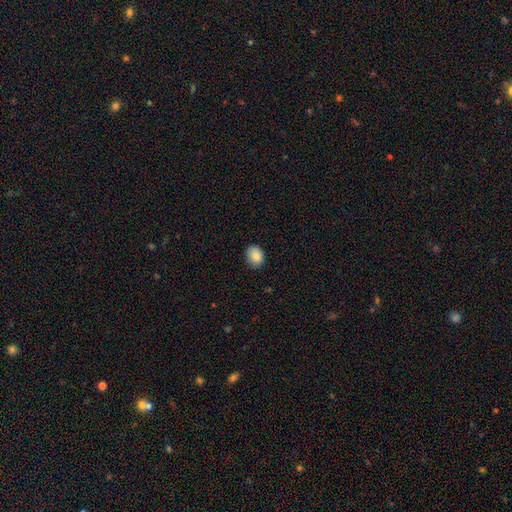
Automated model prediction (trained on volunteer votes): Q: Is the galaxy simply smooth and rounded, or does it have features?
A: smooth — 86%.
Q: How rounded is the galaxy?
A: in between — 53%.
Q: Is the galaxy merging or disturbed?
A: none — 82%.